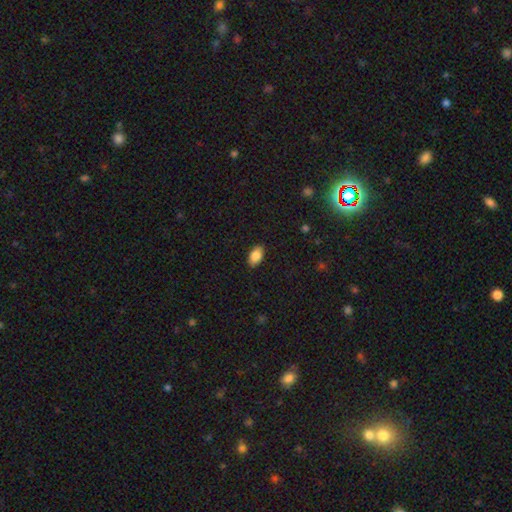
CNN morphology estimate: smooth 85%, star or artifact 8%, featured or disk 7%. Down the decision tree: how rounded — in between (92%); merging — none (88%).